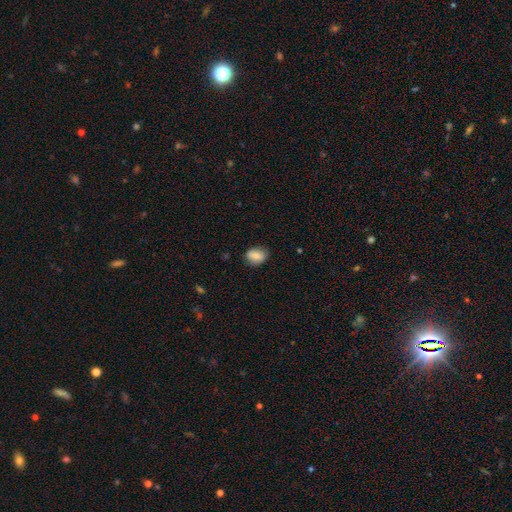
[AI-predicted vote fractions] smooth 79%, featured or disk 13%, star or artifact 8%. Down the decision tree: how rounded — in between (64%); merging — none (77%).